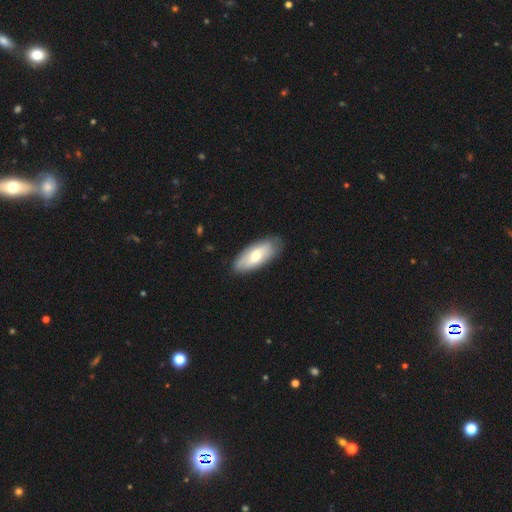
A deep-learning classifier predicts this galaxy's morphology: The model was most divided on "smooth or featured": smooth: 60%, featured or disk: 35%, star or artifact: 5%. More confident: merging — none (83%); how rounded — in between (83%).